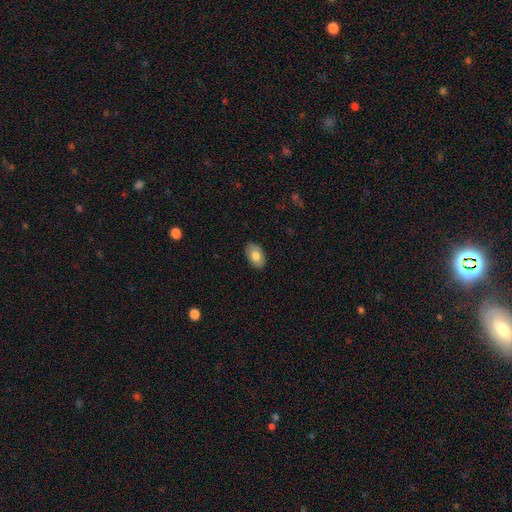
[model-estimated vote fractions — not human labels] A smooth galaxy with no disk features (81%) that is in between round and cigar-shaped (91%). Merging: none (89%).